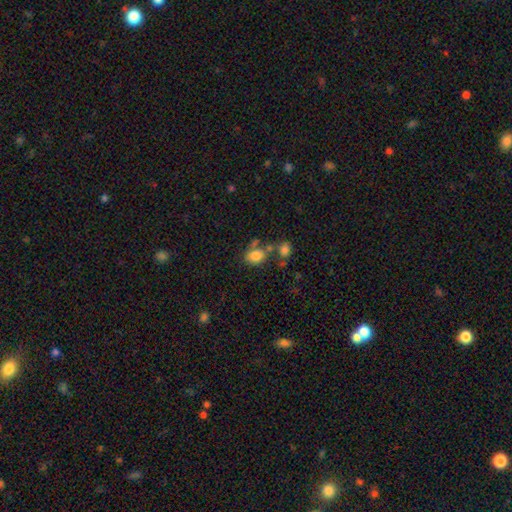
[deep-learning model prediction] This is clearly a smooth galaxy (81%). How rounded: likely in between (65%). Merging: possibly none (54%).